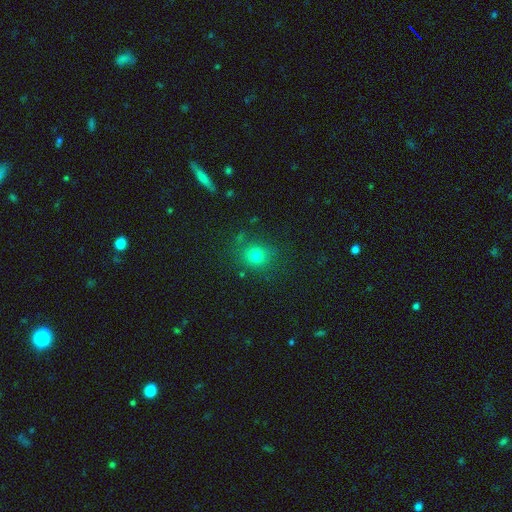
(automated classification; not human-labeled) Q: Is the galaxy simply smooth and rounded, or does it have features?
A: smooth — 75%.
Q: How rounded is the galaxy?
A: round — 80%.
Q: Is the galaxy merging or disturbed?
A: none — 80%.